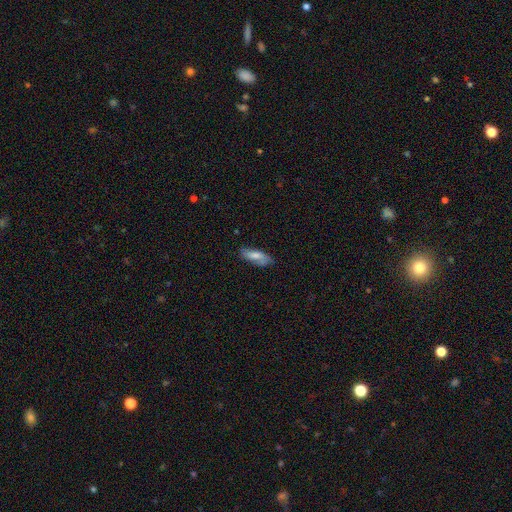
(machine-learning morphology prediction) A smooth galaxy with no disk features (65%) that is in between round and cigar-shaped (65%). Merging: none (67%).